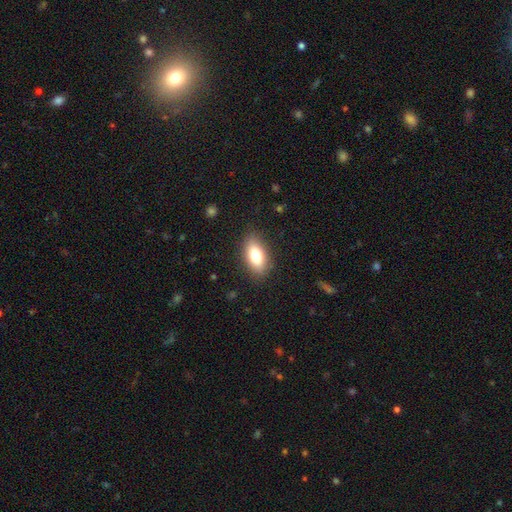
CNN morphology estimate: Smooth or featured? Predicted: smooth (p=0.80). How rounded? Predicted: in between (p=0.89). Merging? Predicted: none (p=0.85).